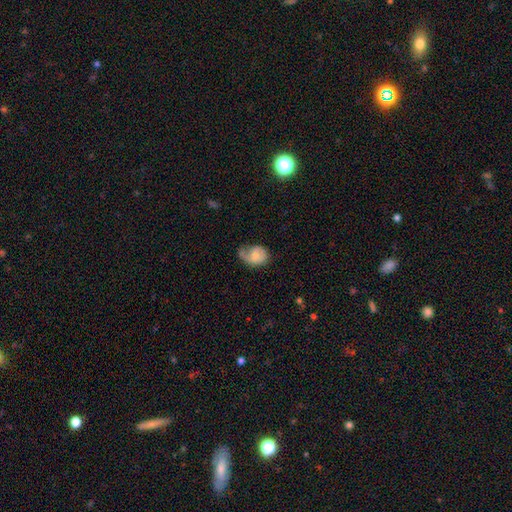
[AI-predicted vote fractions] A smooth galaxy with no disk features (53%) that is in between round and cigar-shaped (60%). Merging: minor disturbance (33%).